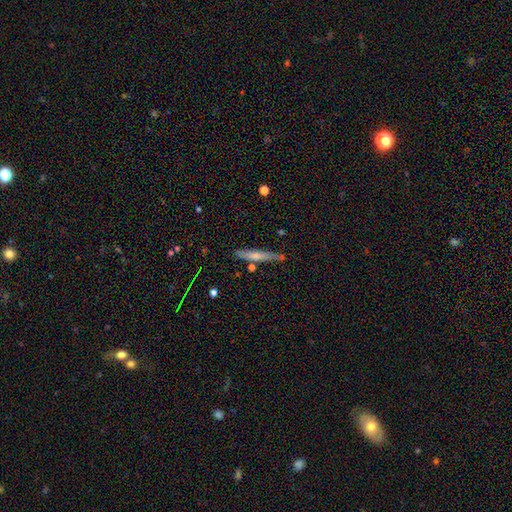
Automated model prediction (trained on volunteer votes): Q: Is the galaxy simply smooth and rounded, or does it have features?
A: smooth — 57%.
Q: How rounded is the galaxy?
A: cigar-shaped — 93%.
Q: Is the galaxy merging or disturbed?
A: none — 75%.